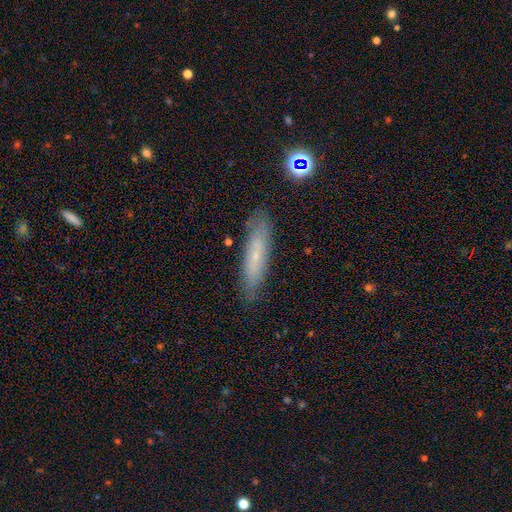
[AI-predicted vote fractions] A smooth galaxy with no disk features (50%). Merging: none (83%).